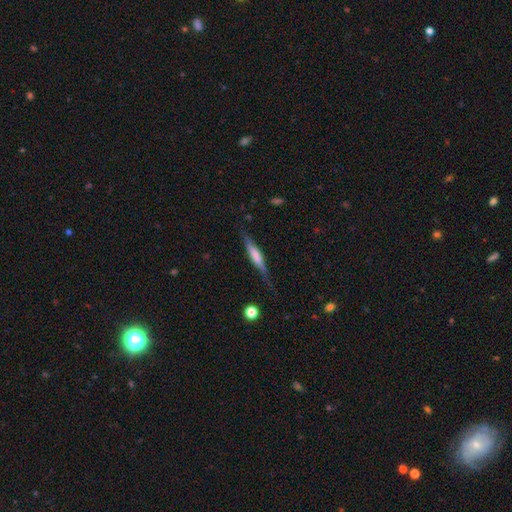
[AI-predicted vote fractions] Smooth or featured?
  - featured or disk: 52% *
  - smooth: 42%
  - star or artifact: 6%
Edge-on disk?
  - yes: 95% *
  - no: 5%
Merging?
  - none: 73% *
  - minor disturbance: 19%
  - major disturbance: 6%
  - merger: 2%